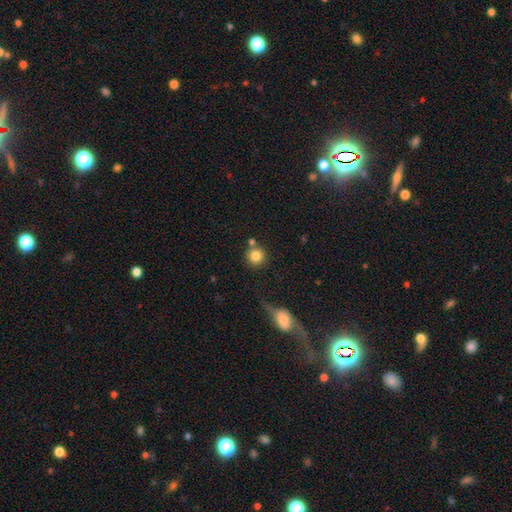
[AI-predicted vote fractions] A smooth galaxy with no disk features (83%) that is round (93%). Merging: none (71%).